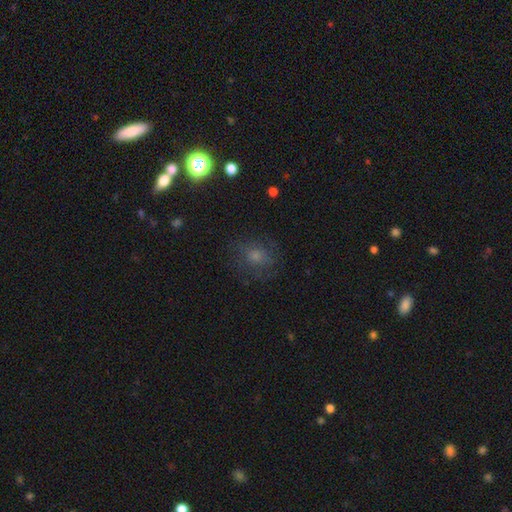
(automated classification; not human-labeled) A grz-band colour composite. It shows a smooth galaxy with no disk features (56%) that is round (71%). Merging: none (72%).